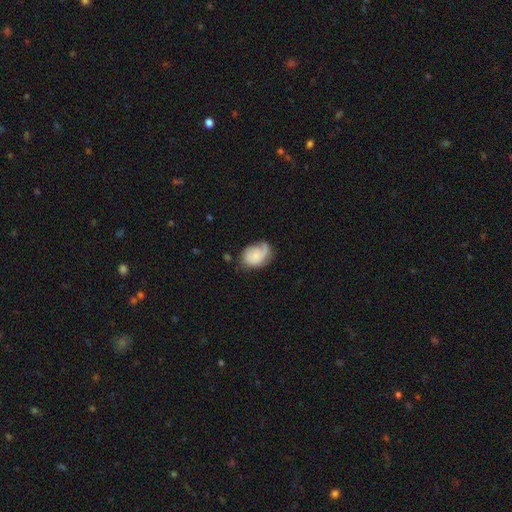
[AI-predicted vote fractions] A smooth galaxy with no disk features (55%) that is in between round and cigar-shaped (74%). Merging: none (46%).